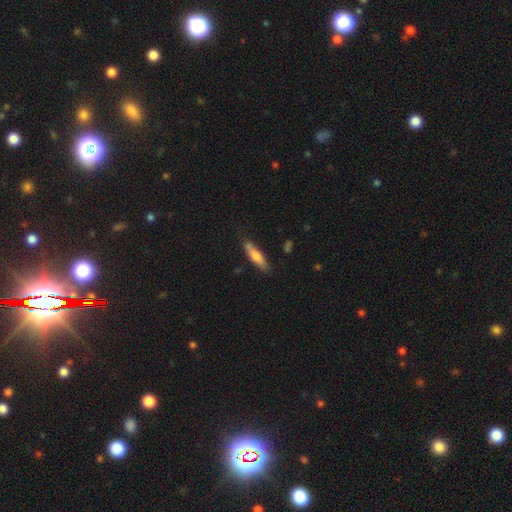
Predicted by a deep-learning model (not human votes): This appears to be a smooth galaxy with no disk features (69%) that is cigar-shaped (71%). Merging: none (77%).